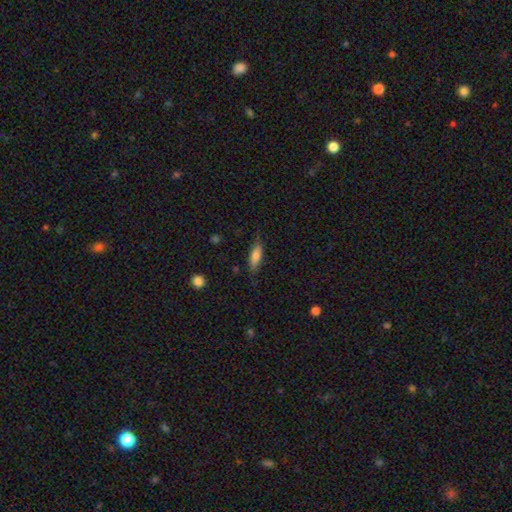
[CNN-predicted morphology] smooth_or_featured: smooth (p=0.73) [alt: featured or disk p=0.21]
how_rounded: in between (p=0.59) [alt: cigar-shaped p=0.39]
merging: none (p=0.73) [alt: minor disturbance p=0.21]